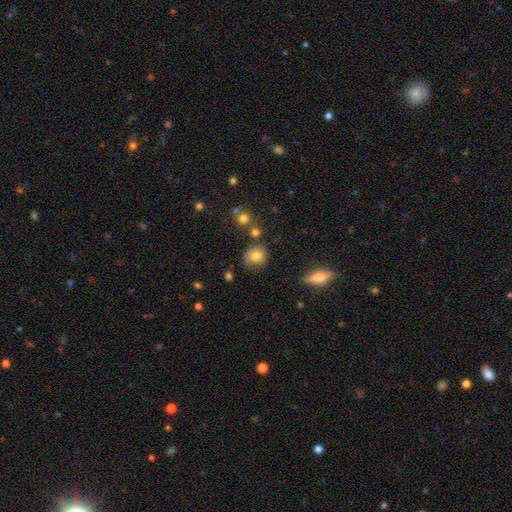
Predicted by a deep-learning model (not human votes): This is likely a smooth galaxy (76%). How rounded: likely round (74%). Merging: likely none (66%).